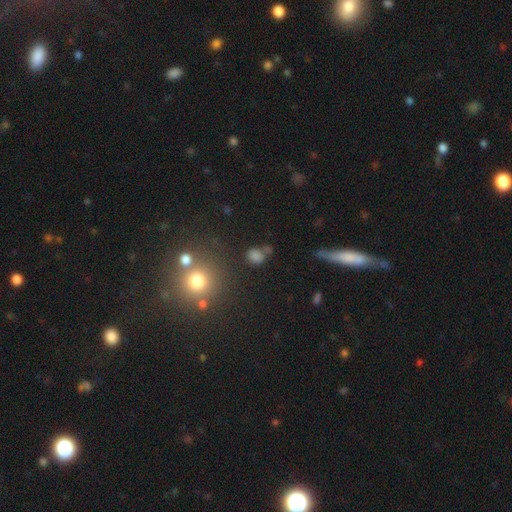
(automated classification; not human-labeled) The model was most divided on "how rounded": round: 69%, in between: 29%, cigar-shaped: 2%. More confident: smooth or featured — smooth (72%); merging — none (60%).